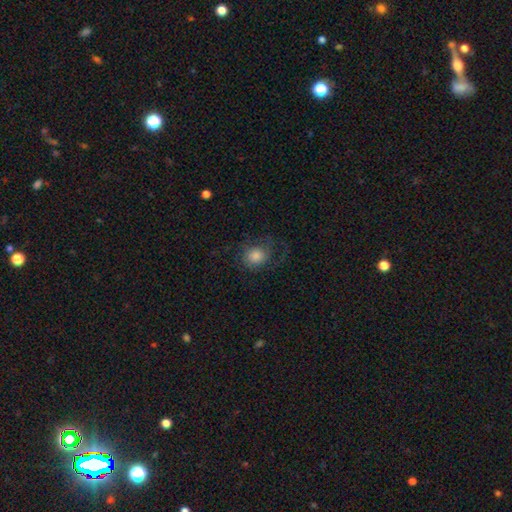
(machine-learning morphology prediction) Q: Smooth or featured?
A: smooth (65%); runner-up: featured or disk (24%)
Q: How rounded?
A: round (69%); runner-up: in between (30%)
Q: Merging?
A: none (57%); runner-up: major disturbance (22%)